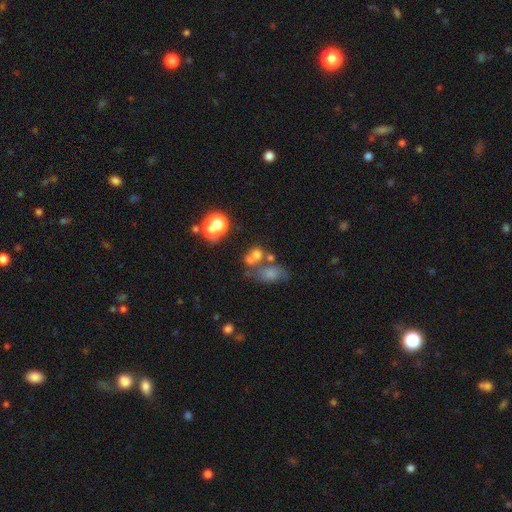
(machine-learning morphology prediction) Smooth or featured? Predicted: smooth (p=0.60). How rounded? Predicted: round (p=0.53). Merging? Predicted: merger (p=0.43).